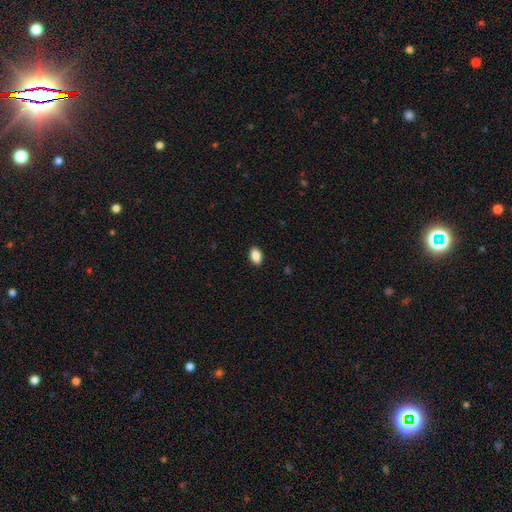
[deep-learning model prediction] Smooth or featured?
  - smooth: 89% *
  - star or artifact: 8%
  - featured or disk: 3%
How rounded?
  - in between: 91% *
  - round: 8%
  - cigar-shaped: 2%
Merging?
  - none: 90% *
  - minor disturbance: 7%
  - major disturbance: 2%
  - merger: 1%